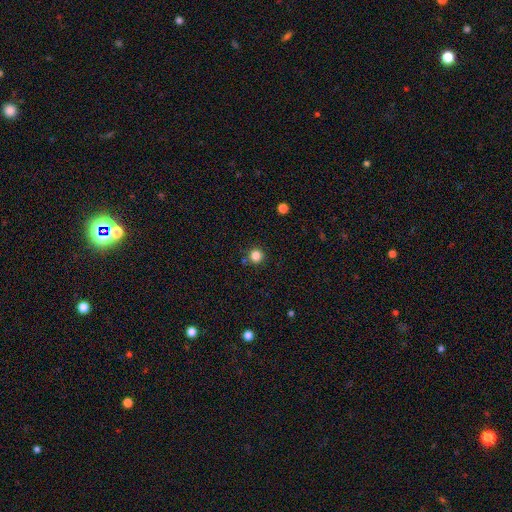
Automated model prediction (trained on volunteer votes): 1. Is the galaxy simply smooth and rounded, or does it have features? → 84% smooth, 12% star or artifact, 4% featured or disk.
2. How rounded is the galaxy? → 95% round, 4% in between, 1% cigar-shaped.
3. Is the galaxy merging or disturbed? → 86% none, 7% minor disturbance, 5% merger, 2% major disturbance.